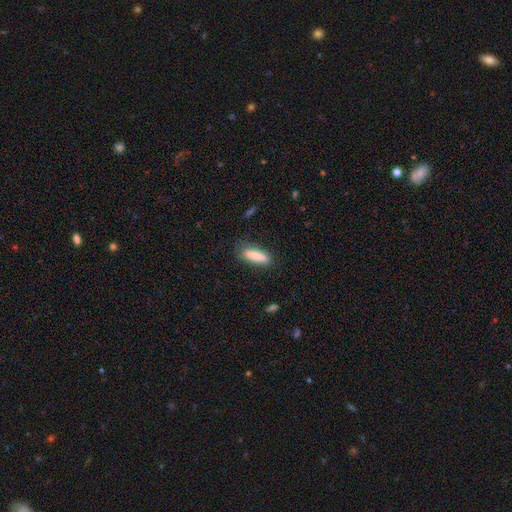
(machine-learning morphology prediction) type=smooth (83%); roundness=cigar-shaped (56%); merging=none (75%).